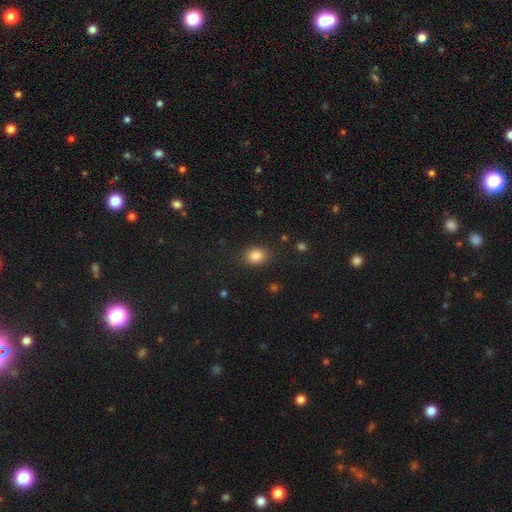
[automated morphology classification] Q: Smooth or featured?
A: smooth (84%); runner-up: star or artifact (10%)
Q: How rounded?
A: in between (59%); runner-up: round (40%)
Q: Merging?
A: none (86%); runner-up: minor disturbance (10%)